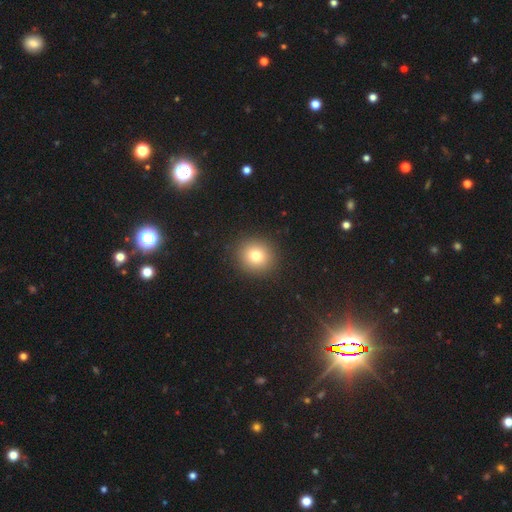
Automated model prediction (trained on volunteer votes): Smooth or featured? Predicted: smooth (p=0.78). How rounded? Predicted: round (p=0.90). Merging? Predicted: none (p=0.91).